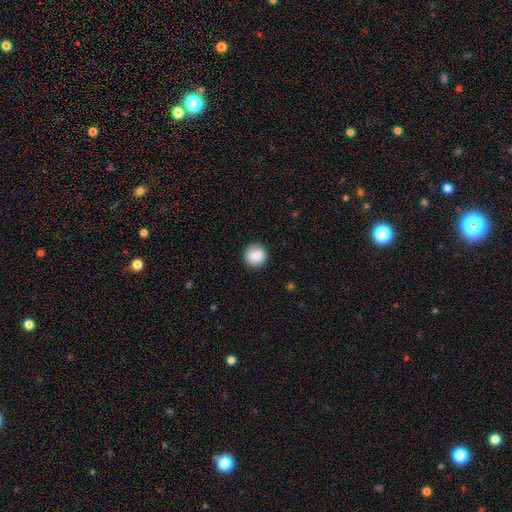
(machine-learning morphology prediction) A smooth galaxy with no disk features (89%) that is round (93%).

Vote fractions:
- Smooth or featured? smooth: 89% / star or artifact: 8% / featured or disk: 3%
- How rounded? round: 93% / in between: 6% / cigar-shaped: 1%
- Merging? none: 90% / minor disturbance: 7% / major disturbance: 2% / merger: 1%